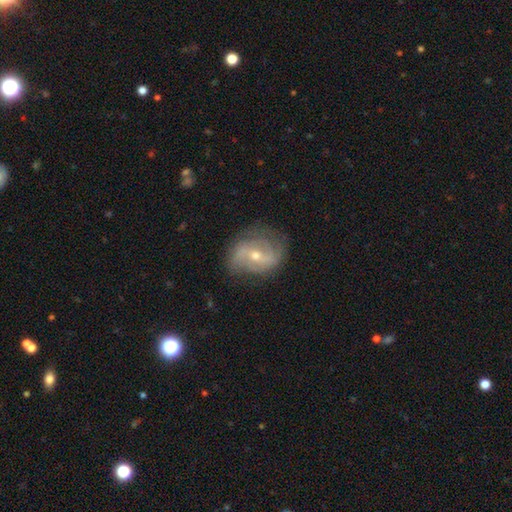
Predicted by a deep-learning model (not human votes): Q: Smooth or featured?
A: featured or disk (78%); runner-up: smooth (15%)
Q: Edge-on disk?
A: no (96%); runner-up: yes (4%)
Q: Bar?
A: weak (44%); runner-up: no (31%)
Q: Spiral arms?
A: yes (88%); runner-up: no (12%)
Q: Spiral winding?
A: medium (39%); runner-up: loose (37%)
Q: Spiral arm count?
A: 2 (71%); runner-up: can't tell (16%)
Q: Bulge size?
A: small (49%); runner-up: moderate (48%)
Q: Merging?
A: none (69%); runner-up: minor disturbance (21%)